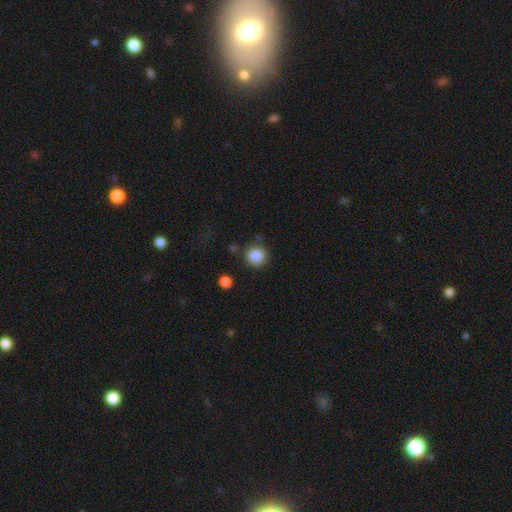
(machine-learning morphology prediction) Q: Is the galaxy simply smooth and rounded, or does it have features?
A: smooth — 87%.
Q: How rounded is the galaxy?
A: round — 92%.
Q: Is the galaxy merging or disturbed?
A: none — 84%.